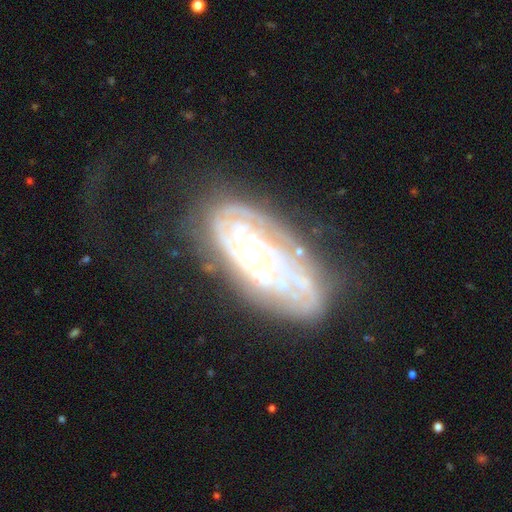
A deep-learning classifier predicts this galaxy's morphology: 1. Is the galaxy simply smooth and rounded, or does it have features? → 81% featured or disk, 11% smooth, 8% star or artifact.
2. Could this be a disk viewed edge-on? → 92% no, 8% yes.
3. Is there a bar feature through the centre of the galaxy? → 76% no, 17% weak, 7% strong.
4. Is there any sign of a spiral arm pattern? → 85% yes, 15% no.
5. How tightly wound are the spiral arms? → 72% tight, 21% medium, 7% loose.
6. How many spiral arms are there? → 47% can't tell, 20% 2, 13% 3, 8% 4, 6% more than 4, 6% 1.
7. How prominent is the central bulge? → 64% small, 29% moderate, 3% none, 3% large, 1% dominant.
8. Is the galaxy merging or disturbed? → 58% none, 21% minor disturbance, 16% major disturbance, 5% merger.